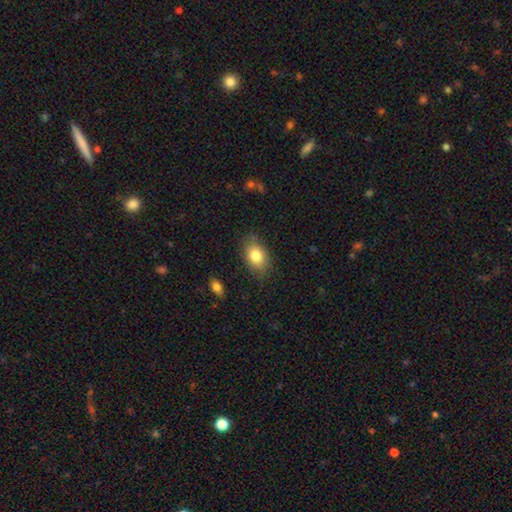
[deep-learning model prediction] Smooth or featured? smooth (81%)
How rounded? in between (83%)
Merging? none (78%)